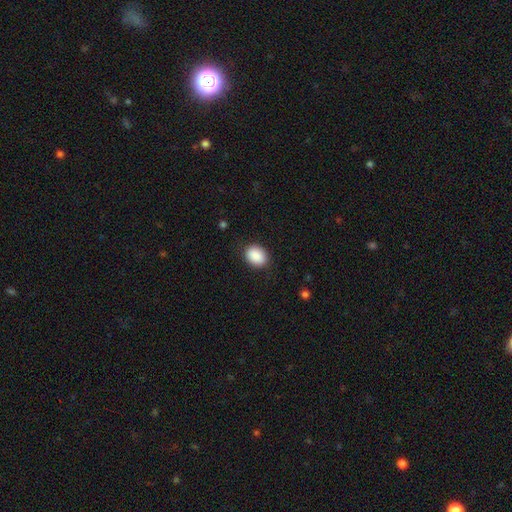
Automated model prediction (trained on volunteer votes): Q: Smooth or featured?
A: smooth (90%); runner-up: star or artifact (7%)
Q: How rounded?
A: in between (67%); runner-up: round (32%)
Q: Merging?
A: none (86%); runner-up: minor disturbance (10%)